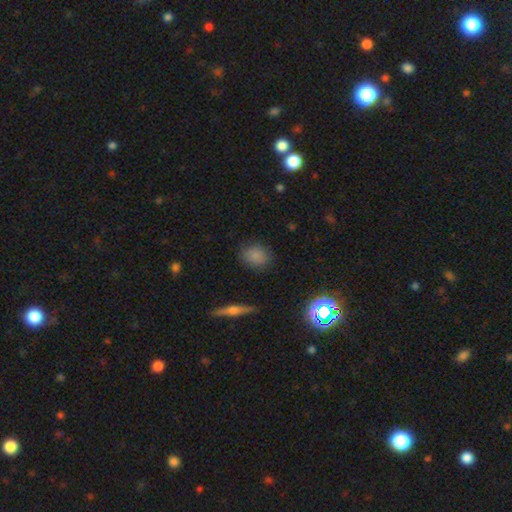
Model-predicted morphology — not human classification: Smooth or featured? smooth (83%)
How rounded? round (55%)
Merging? none (84%)